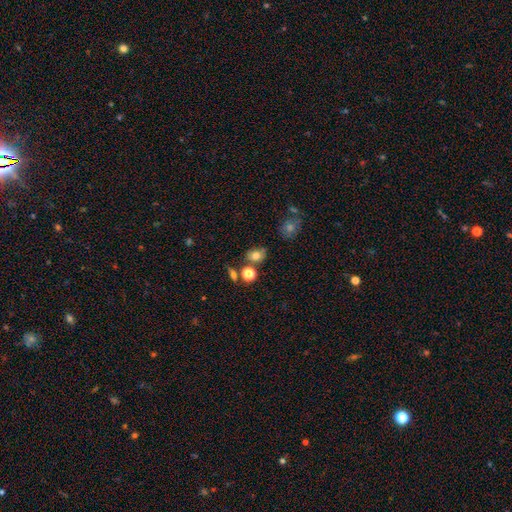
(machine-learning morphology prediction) Smooth or featured: smooth — 77% (star or artifact — 14%)
How rounded: in between — 50% (round — 49%)
Merging: none — 65% (minor disturbance — 16%)